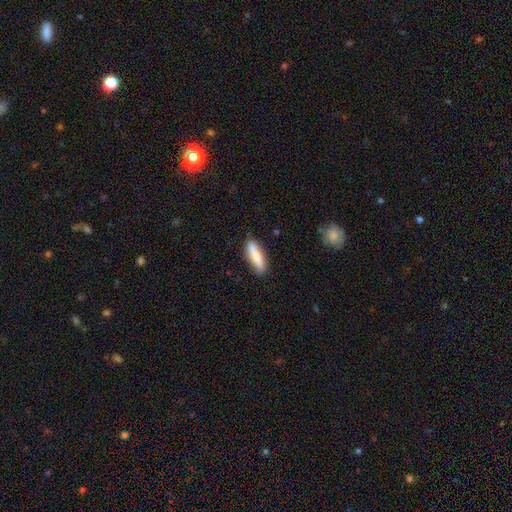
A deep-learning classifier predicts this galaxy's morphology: type=smooth (77%); roundness=cigar-shaped (68%); merging=none (81%).